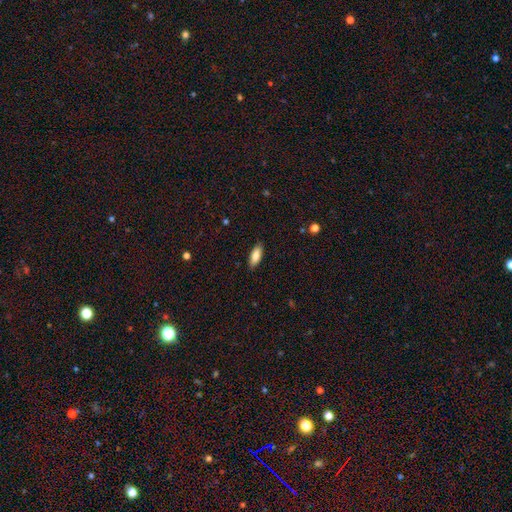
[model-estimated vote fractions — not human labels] Smooth or featured? Predicted: smooth (p=0.82). How rounded? Predicted: in between (p=0.74). Merging? Predicted: none (p=0.88).